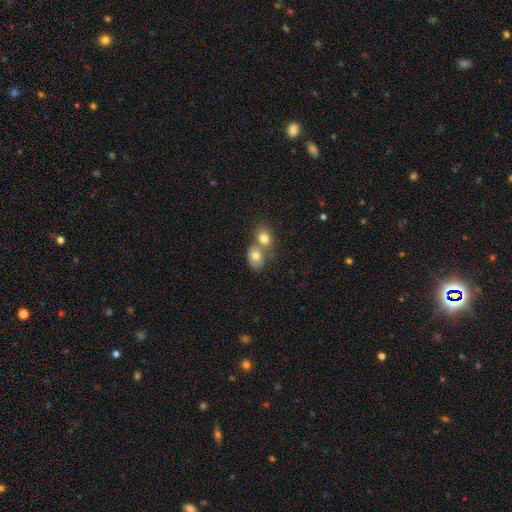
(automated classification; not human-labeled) smooth 74%, featured or disk 15%, star or artifact 10%. Down the decision tree: how rounded — in between (54%); merging — merger (60%).